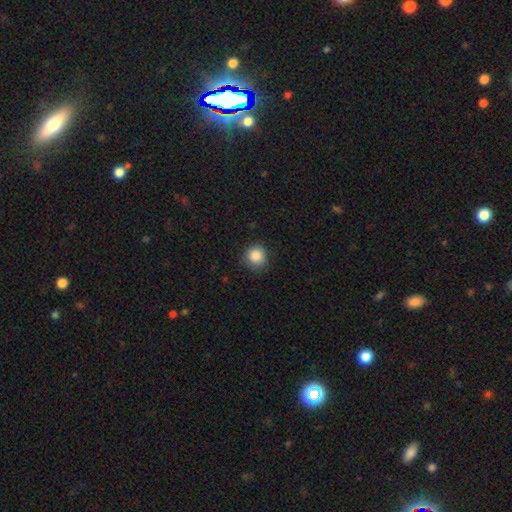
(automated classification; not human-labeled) smooth 87%, star or artifact 9%, featured or disk 4%. Down the decision tree: how rounded — round (92%); merging — none (84%).